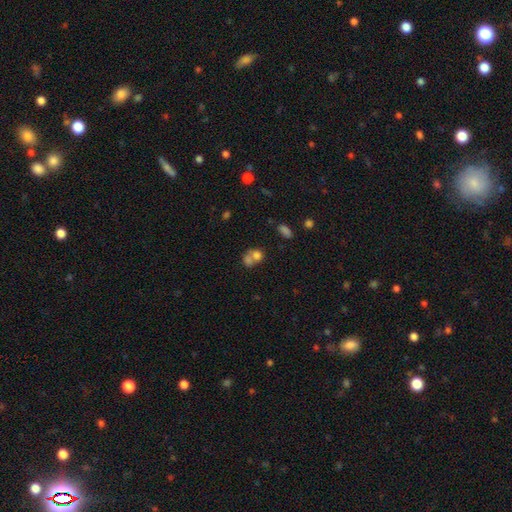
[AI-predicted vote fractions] smooth-or-featured: smooth: 72% | featured or disk: 16% | star or artifact: 12%
  how-rounded: round: 57% | in between: 42% | cigar-shaped: 1%
  merging: merger: 61% | none: 26% | minor disturbance: 7% | major disturbance: 5%